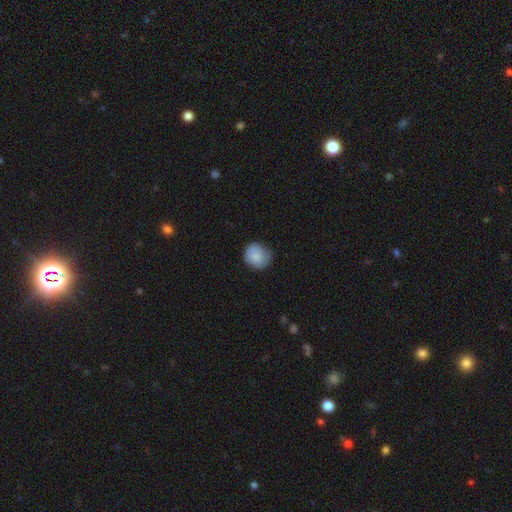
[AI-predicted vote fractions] A smooth galaxy with no disk features (85%) that is round (84%).

Vote fractions:
- Smooth or featured? smooth: 85% / featured or disk: 8% / star or artifact: 7%
- How rounded? round: 84% / in between: 15% / cigar-shaped: 1%
- Merging? none: 76% / minor disturbance: 19% / major disturbance: 3% / merger: 1%